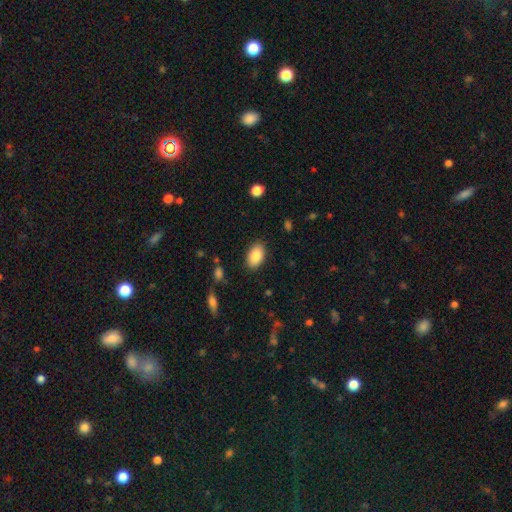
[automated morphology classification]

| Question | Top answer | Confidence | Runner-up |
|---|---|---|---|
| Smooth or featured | smooth | 87% | star or artifact (7%) |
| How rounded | in between | 92% | round (7%) |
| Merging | none | 86% | minor disturbance (10%) |